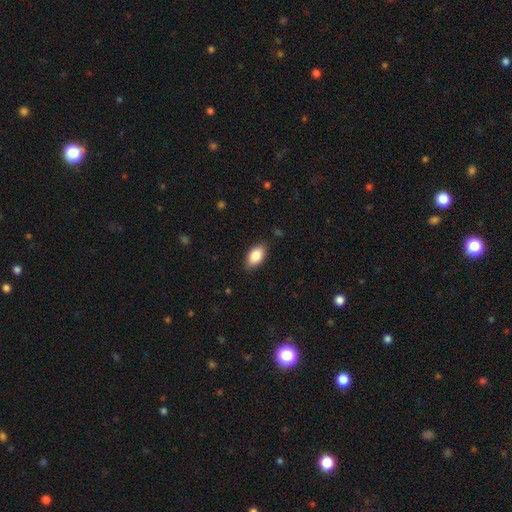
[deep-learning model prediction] Smooth or featured: smooth — 85% (featured or disk — 8%)
How rounded: in between — 92% (round — 5%)
Merging: none — 86% (minor disturbance — 11%)